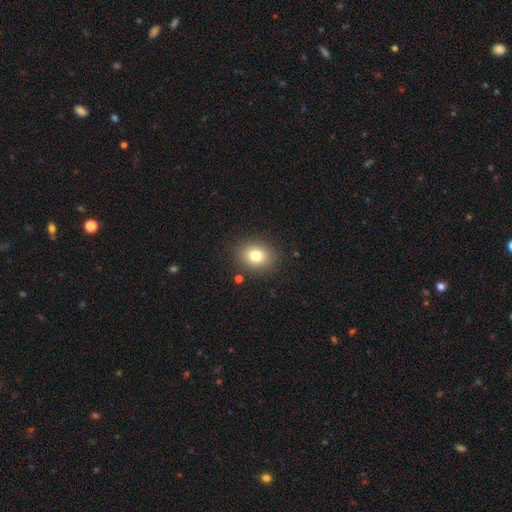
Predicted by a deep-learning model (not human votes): This is likely a smooth galaxy (79%). How rounded: possibly round (59%). Merging: clearly none (87%).